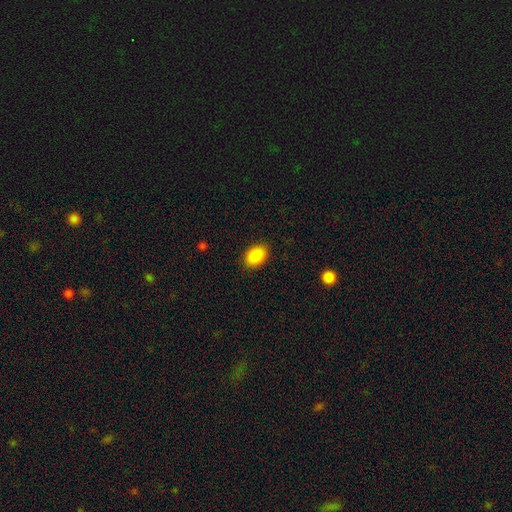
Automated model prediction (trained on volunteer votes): smooth-or-featured: smooth: 88% | star or artifact: 8% | featured or disk: 4%
  how-rounded: in between: 84% | round: 15% | cigar-shaped: 1%
  merging: none: 89% | minor disturbance: 8% | major disturbance: 2% | merger: 1%